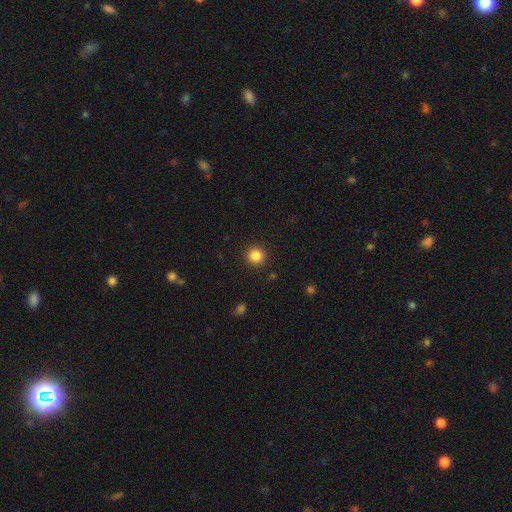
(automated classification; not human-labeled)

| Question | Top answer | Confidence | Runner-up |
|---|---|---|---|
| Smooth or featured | smooth | 86% | star or artifact (11%) |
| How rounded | round | 93% | in between (6%) |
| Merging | none | 91% | minor disturbance (5%) |